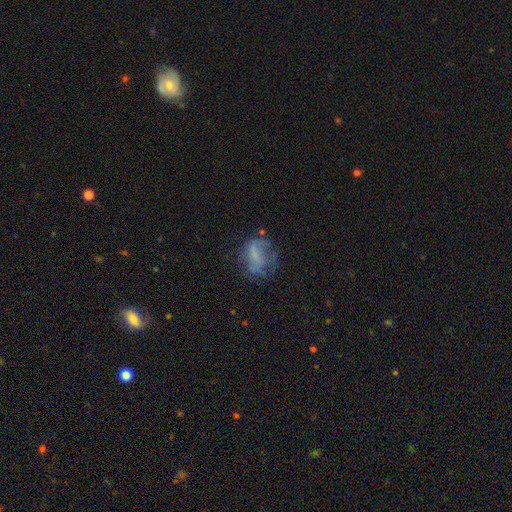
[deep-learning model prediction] Smooth or featured: smooth — 45% (featured or disk — 41%)
Merging: none — 45% (major disturbance — 27%)